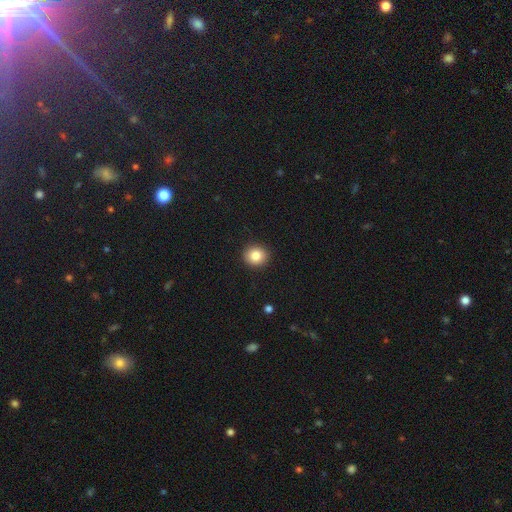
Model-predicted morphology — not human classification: A smooth galaxy with no disk features (85%) that is round (84%).

Vote fractions:
- Smooth or featured? smooth: 85% / star or artifact: 9% / featured or disk: 6%
- How rounded? round: 84% / in between: 16% / cigar-shaped: 1%
- Merging? none: 92% / minor disturbance: 6% / major disturbance: 2% / merger: 1%